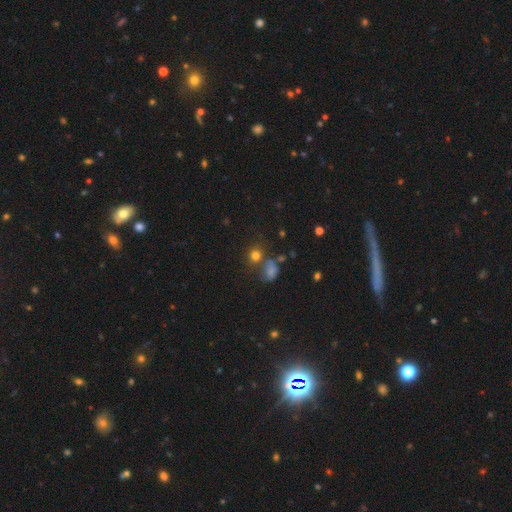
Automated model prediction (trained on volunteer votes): Overall: smooth (74%). How rounded: round (73%). Merging: none (60%; merger 20%).